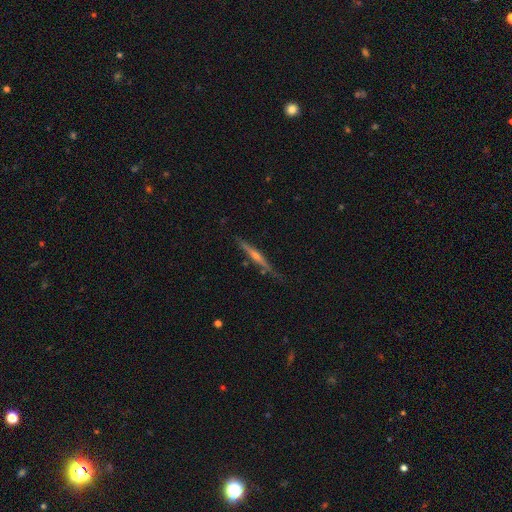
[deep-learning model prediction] Q: Smooth or featured?
A: featured or disk (73%); runner-up: smooth (21%)
Q: Edge-on disk?
A: yes (97%); runner-up: no (3%)
Q: Edge-on bulge?
A: rounded (68%); runner-up: none (25%)
Q: Merging?
A: none (80%); runner-up: minor disturbance (15%)